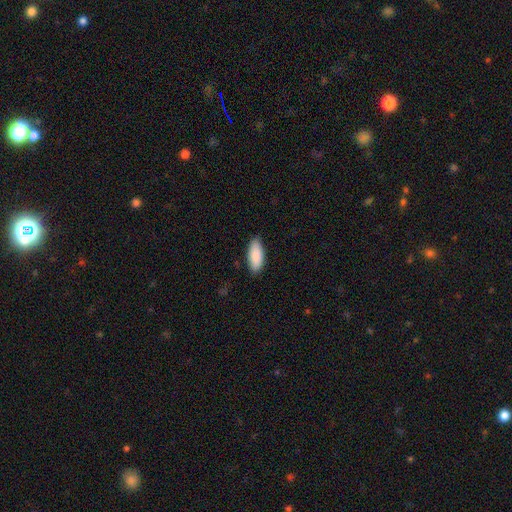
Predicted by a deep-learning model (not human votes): Morphology: type=smooth (89%); roundness=in between (82%); merging=none (85%).